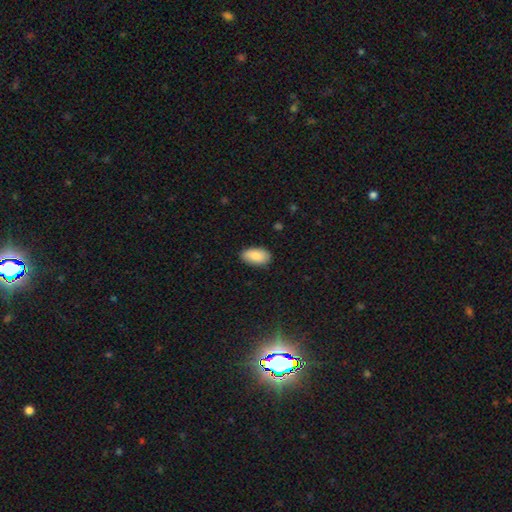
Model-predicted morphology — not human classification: Smooth or featured? smooth (89%)
How rounded? in between (94%)
Merging? none (86%)